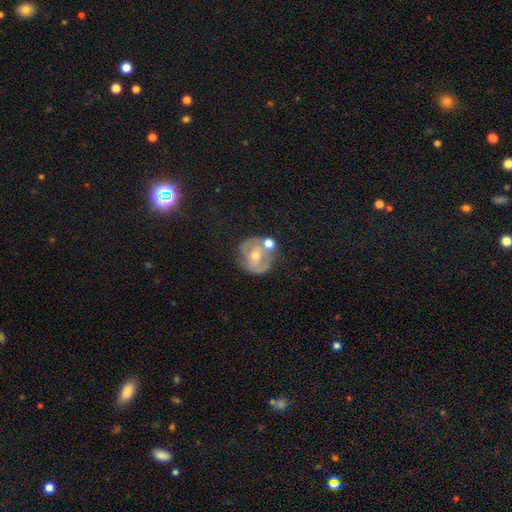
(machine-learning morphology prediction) Smooth or featured? featured or disk (60%)
Edge-on disk? no (96%)
Bar? no (47%)
Spiral arms? yes (62%)
Bulge size? moderate (63%)
Merging? none (58%)